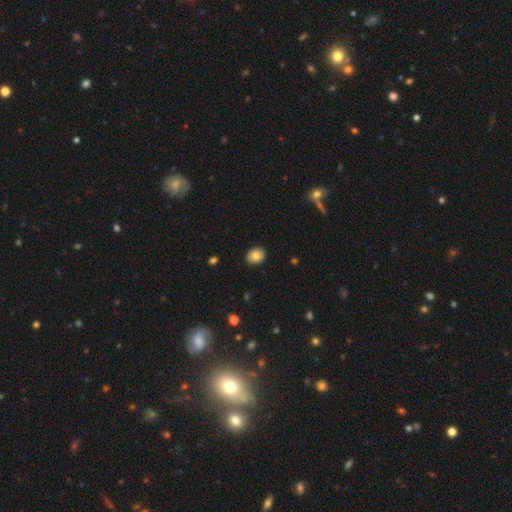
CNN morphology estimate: The model was most divided on "how rounded": in between: 52%, round: 47%, cigar-shaped: 1%. More confident: merging — none (89%); smooth or featured — smooth (79%).